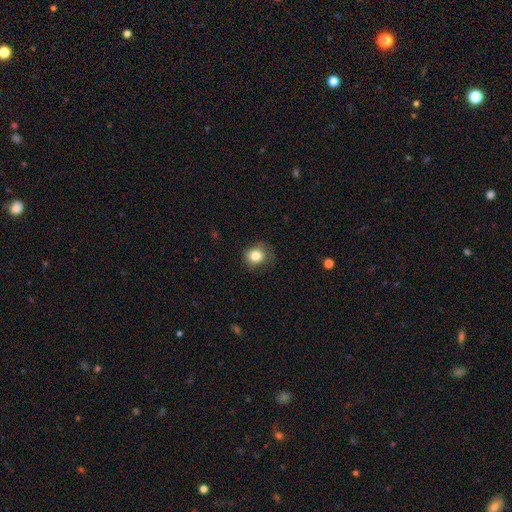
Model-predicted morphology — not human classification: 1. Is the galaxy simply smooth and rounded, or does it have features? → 83% smooth, 10% star or artifact, 7% featured or disk.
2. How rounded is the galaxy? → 76% round, 23% in between, 1% cigar-shaped.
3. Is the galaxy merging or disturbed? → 69% none, 23% minor disturbance, 7% major disturbance, 1% merger.